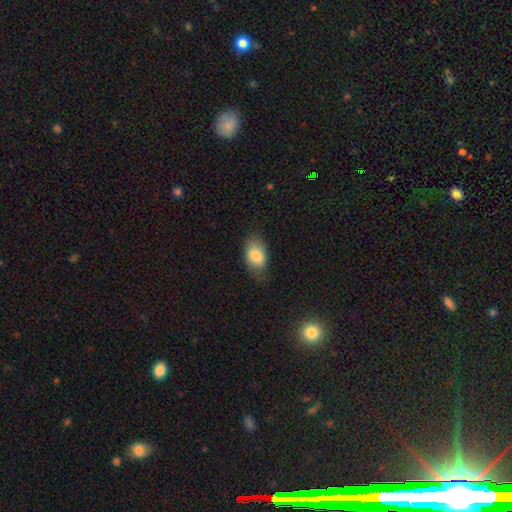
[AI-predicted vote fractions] Smooth or featured?
  - smooth: 83% *
  - featured or disk: 10%
  - star or artifact: 7%
How rounded?
  - in between: 89% *
  - round: 9%
  - cigar-shaped: 2%
Merging?
  - none: 70% *
  - minor disturbance: 22%
  - major disturbance: 6%
  - merger: 1%